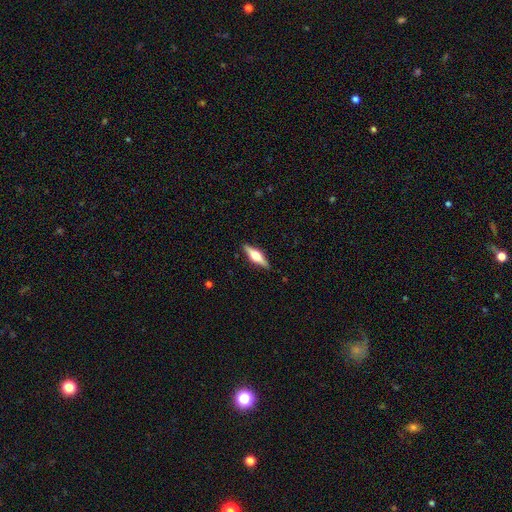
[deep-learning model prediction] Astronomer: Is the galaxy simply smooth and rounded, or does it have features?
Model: featured or disk — 66%.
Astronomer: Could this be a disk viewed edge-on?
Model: yes — 97%.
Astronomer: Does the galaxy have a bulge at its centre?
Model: rounded — 93%.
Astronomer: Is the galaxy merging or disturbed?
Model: none — 89%.